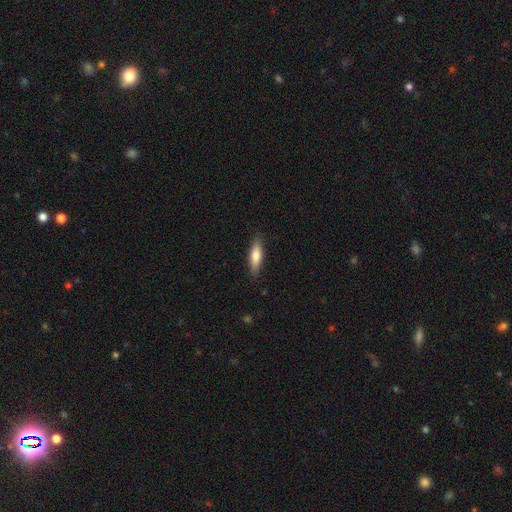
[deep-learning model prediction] smooth 73%, featured or disk 21%, star or artifact 6%. Down the decision tree: how rounded — cigar-shaped (54%); merging — none (86%).